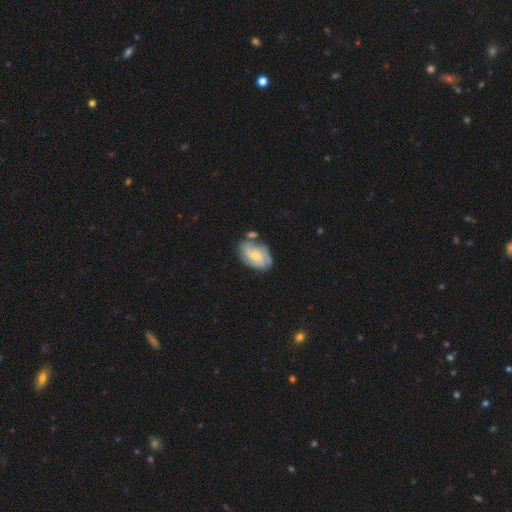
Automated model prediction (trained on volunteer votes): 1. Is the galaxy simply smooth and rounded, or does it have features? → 68% featured or disk, 25% smooth, 6% star or artifact.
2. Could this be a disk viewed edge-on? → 97% no, 3% yes.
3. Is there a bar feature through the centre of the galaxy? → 68% no, 28% weak, 4% strong.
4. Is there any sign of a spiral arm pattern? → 88% yes, 12% no.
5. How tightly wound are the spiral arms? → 47% tight, 38% medium, 16% loose.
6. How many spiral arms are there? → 34% can't tell, 25% 3, 19% 2, 13% 4, 5% more than 4, 4% 1.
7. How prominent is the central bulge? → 61% small, 34% moderate, 3% none, 2% large, 1% dominant.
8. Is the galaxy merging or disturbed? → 57% none, 23% minor disturbance, 12% merger, 8% major disturbance.